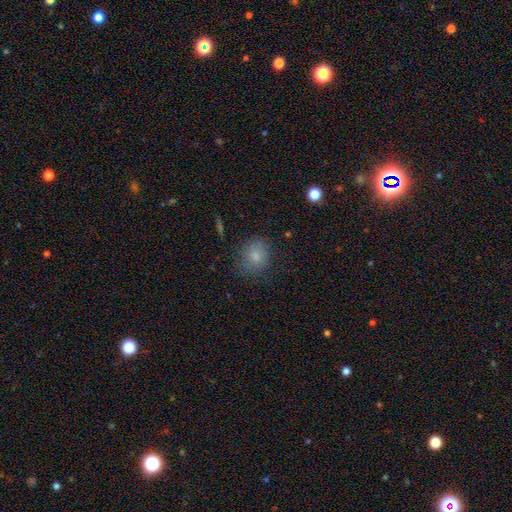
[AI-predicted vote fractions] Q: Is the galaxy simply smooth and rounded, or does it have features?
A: smooth — 80%.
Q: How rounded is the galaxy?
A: round — 70%.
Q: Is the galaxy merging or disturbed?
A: none — 75%.